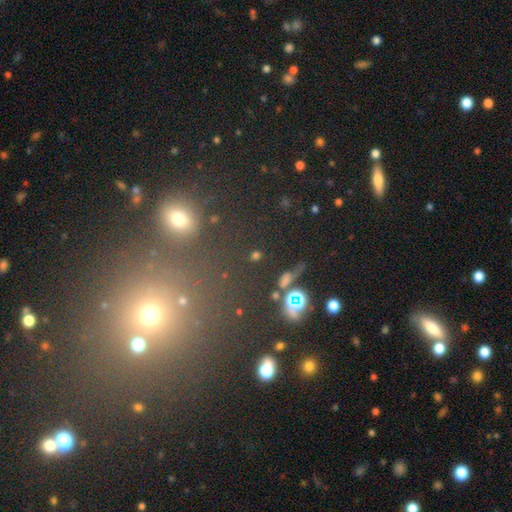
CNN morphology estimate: This is possibly a star or artifact rather than a galaxy (48%).